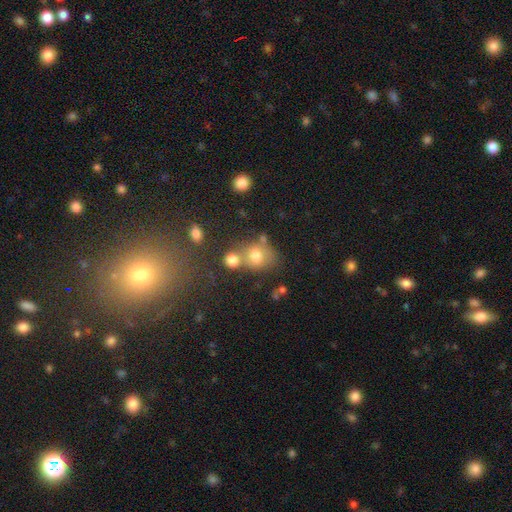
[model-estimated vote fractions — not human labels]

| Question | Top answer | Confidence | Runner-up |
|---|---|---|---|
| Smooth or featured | smooth | 69% | star or artifact (16%) |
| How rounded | round | 57% | in between (42%) |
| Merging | none | 45% | merger (35%) |